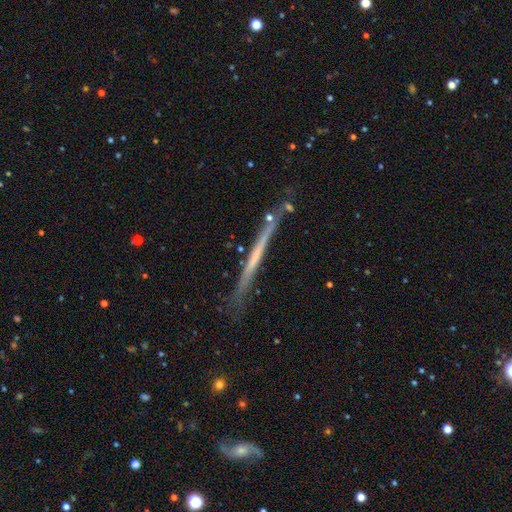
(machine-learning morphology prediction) Smooth or featured: featured or disk — 59% (smooth — 35%)
Edge-on disk: yes — 96% (no — 4%)
Edge-on bulge: none — 89% (rounded — 7%)
Merging: none — 78% (minor disturbance — 14%)